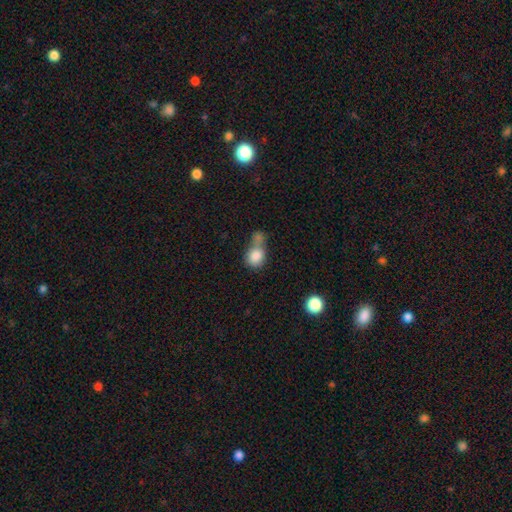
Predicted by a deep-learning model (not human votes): A smooth galaxy with no disk features (82%) that is round (60%).

Vote fractions:
- Smooth or featured? smooth: 82% / featured or disk: 9% / star or artifact: 8%
- How rounded? round: 60% / in between: 39% / cigar-shaped: 2%
- Merging? merger: 58% / none: 23% / minor disturbance: 11% / major disturbance: 8%